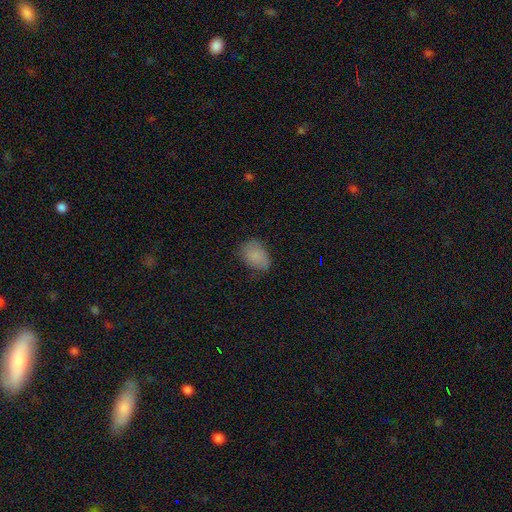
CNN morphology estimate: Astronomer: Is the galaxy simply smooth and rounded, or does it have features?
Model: smooth — 83%.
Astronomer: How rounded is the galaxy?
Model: in between — 76%.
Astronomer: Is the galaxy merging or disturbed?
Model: none — 67%.